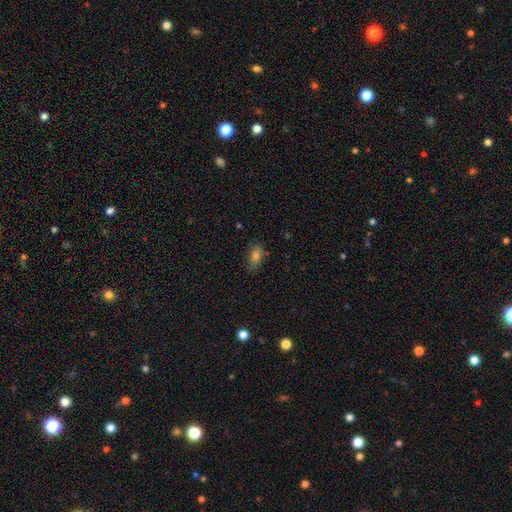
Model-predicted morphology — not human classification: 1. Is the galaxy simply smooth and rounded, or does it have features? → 67% smooth, 17% featured or disk, 16% star or artifact.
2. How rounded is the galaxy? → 79% in between, 16% round, 5% cigar-shaped.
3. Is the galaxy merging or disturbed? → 70% none, 22% minor disturbance, 6% major disturbance, 2% merger.